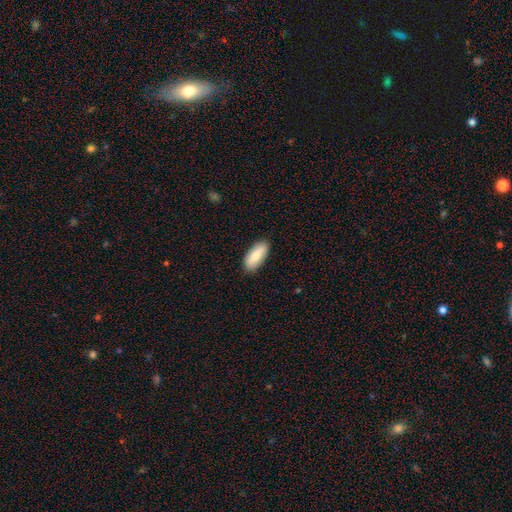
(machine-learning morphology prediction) Overall: smooth (79%). How rounded: in between (83%). Merging: none (88%).